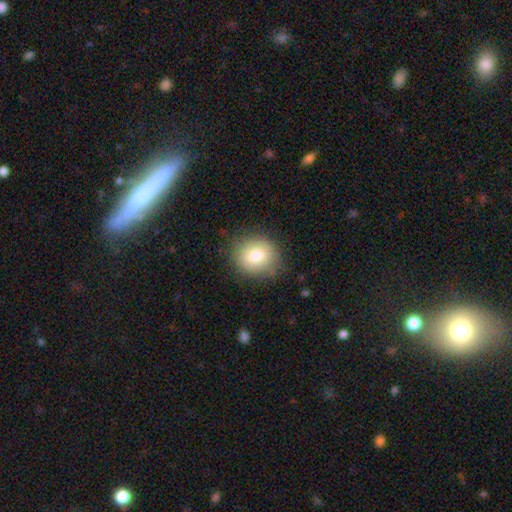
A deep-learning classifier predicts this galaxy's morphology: Smooth or featured? smooth (79%)
How rounded? round (71%)
Merging? none (82%)